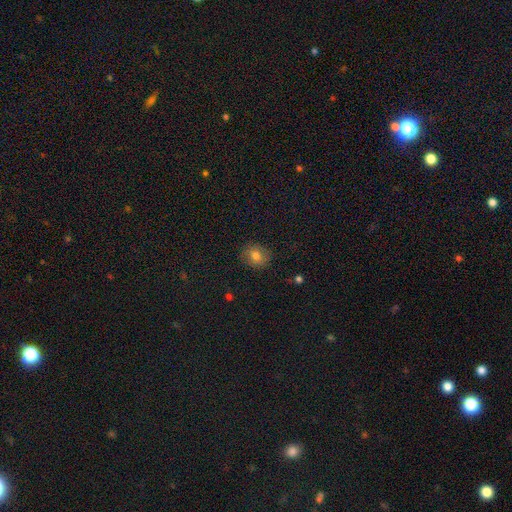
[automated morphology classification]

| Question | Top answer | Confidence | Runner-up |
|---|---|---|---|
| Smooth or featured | smooth | 77% | featured or disk (12%) |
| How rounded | round | 72% | in between (27%) |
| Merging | none | 87% | minor disturbance (10%) |